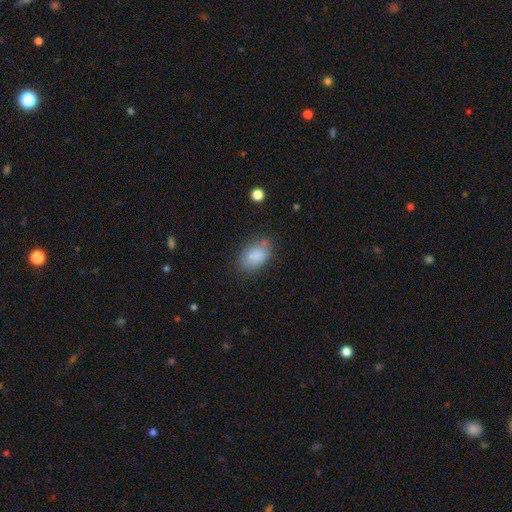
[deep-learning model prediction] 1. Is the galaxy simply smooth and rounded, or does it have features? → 86% smooth, 8% star or artifact, 6% featured or disk.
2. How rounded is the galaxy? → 89% in between, 10% round, 1% cigar-shaped.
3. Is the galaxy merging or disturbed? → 75% none, 18% minor disturbance, 5% major disturbance, 2% merger.